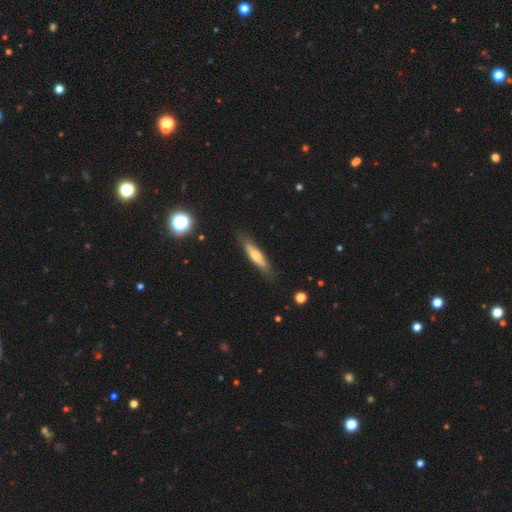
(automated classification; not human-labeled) A smooth galaxy with no disk features (51%) that is cigar-shaped (81%). Merging: none (83%).